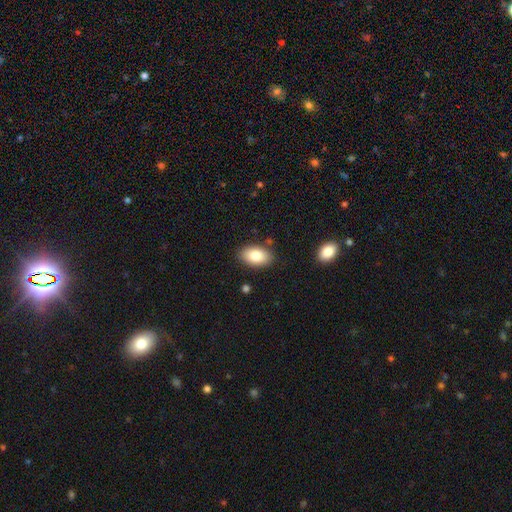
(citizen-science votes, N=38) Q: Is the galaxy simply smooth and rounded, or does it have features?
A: smooth — 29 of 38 (76%).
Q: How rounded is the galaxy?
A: in between — 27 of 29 (93%).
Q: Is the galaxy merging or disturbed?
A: none — 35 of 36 (97%).